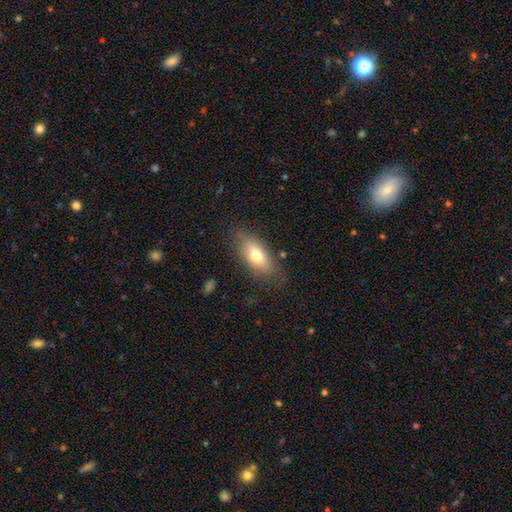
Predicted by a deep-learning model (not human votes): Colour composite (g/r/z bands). It shows a smooth galaxy with no disk features (69%) that is in between round and cigar-shaped (80%). Merging: none (80%).